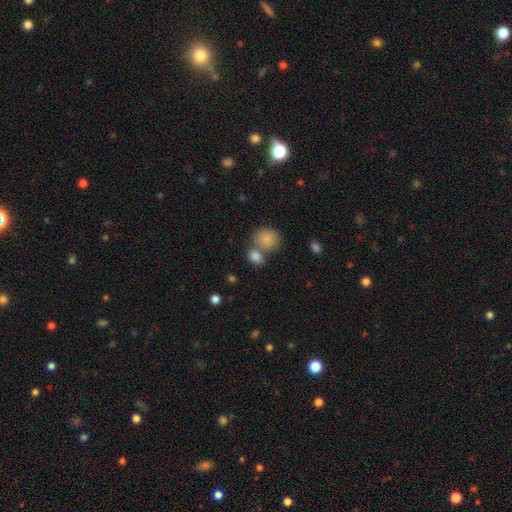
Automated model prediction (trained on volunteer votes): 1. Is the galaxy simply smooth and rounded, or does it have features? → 83% smooth, 9% star or artifact, 7% featured or disk.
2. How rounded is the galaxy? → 59% round, 40% in between, 1% cigar-shaped.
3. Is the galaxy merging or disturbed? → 44% none, 43% merger, 9% minor disturbance, 4% major disturbance.